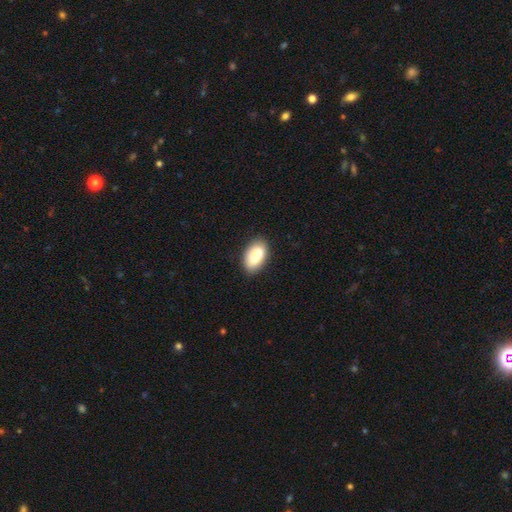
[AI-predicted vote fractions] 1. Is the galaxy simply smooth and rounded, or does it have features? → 87% smooth, 6% featured or disk, 6% star or artifact.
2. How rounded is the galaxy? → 94% in between, 4% round, 2% cigar-shaped.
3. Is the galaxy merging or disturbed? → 84% none, 12% minor disturbance, 2% major disturbance, 1% merger.